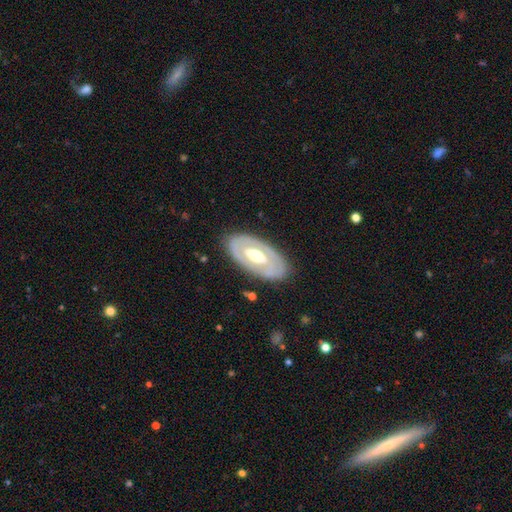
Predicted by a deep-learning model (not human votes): This appears to be a featured or disk galaxy (67%) with no bar (58%), no spiral arms (72%) and a moderate central bulge (67%). Merging: none (82%).